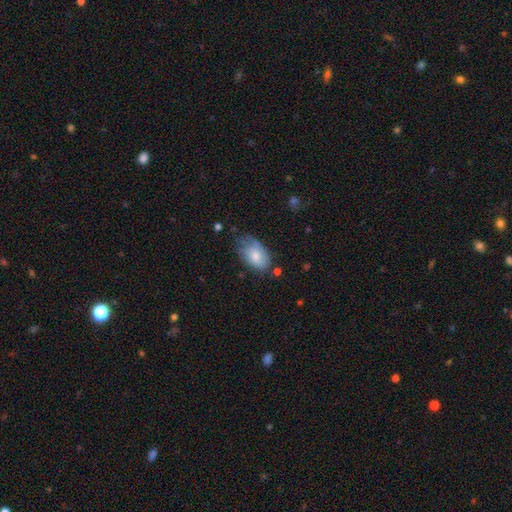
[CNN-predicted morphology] Overall: smooth (71%). How rounded: in between (90%). Merging: none (45%; minor disturbance 37%).